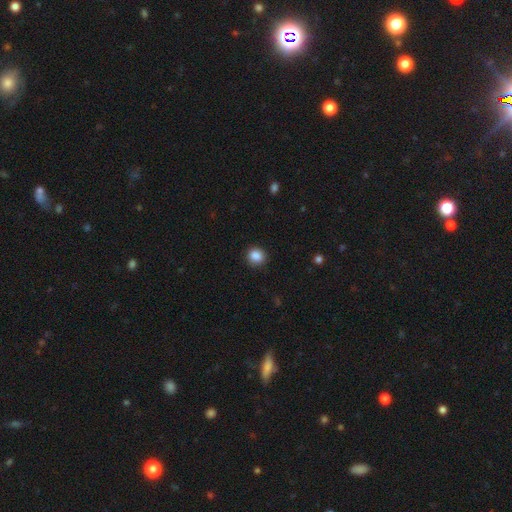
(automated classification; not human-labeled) This is clearly a smooth galaxy (87%). How rounded: clearly round (85%). Merging: clearly none (90%).